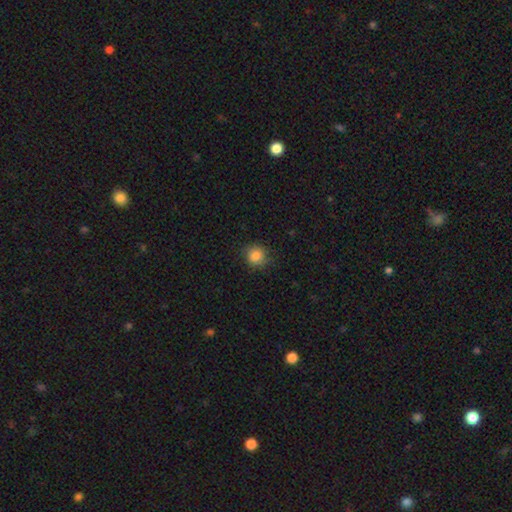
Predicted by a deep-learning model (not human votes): Smooth or featured: smooth — 85% (star or artifact — 11%)
How rounded: round — 90% (in between — 10%)
Merging: none — 86% (minor disturbance — 11%)